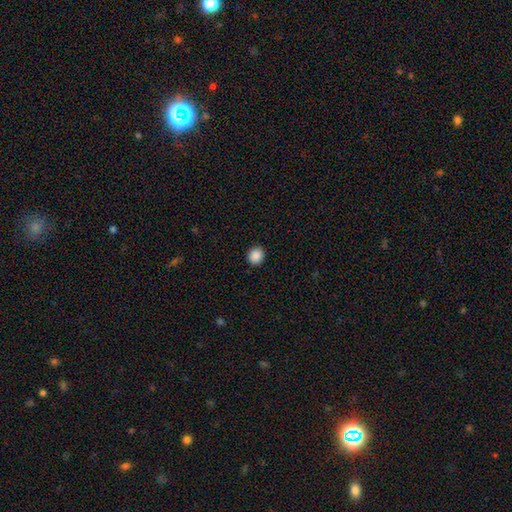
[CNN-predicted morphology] Overall: smooth (88%). How rounded: round (82%). Merging: none (92%).